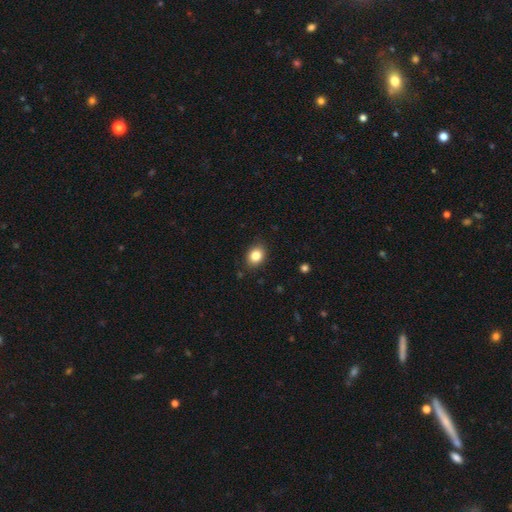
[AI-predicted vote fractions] smooth 84%, star or artifact 9%, featured or disk 6%. Down the decision tree: how rounded — in between (55%); merging — none (87%).